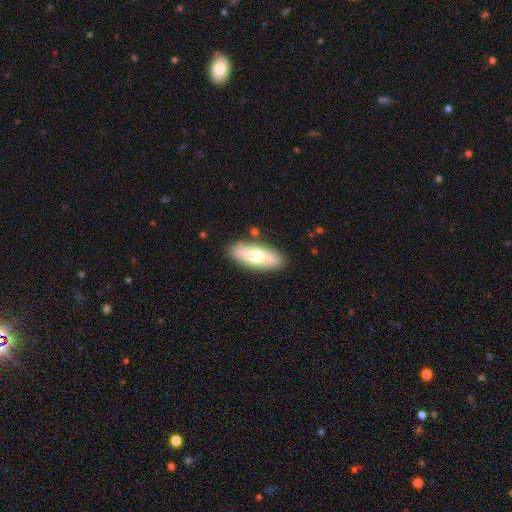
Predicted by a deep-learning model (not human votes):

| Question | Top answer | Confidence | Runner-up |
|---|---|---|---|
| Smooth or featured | smooth | 56% | featured or disk (38%) |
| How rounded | in between | 79% | cigar-shaped (18%) |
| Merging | none | 84% | minor disturbance (11%) |